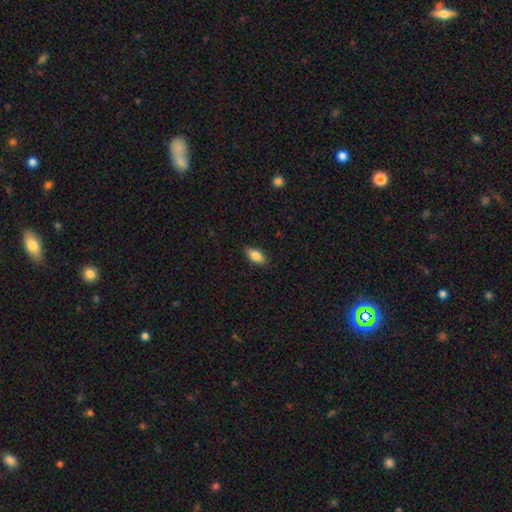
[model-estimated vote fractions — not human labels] The model was most divided on "smooth or featured": smooth: 84%, featured or disk: 9%, star or artifact: 7%. More confident: how rounded — in between (90%); merging — none (87%).